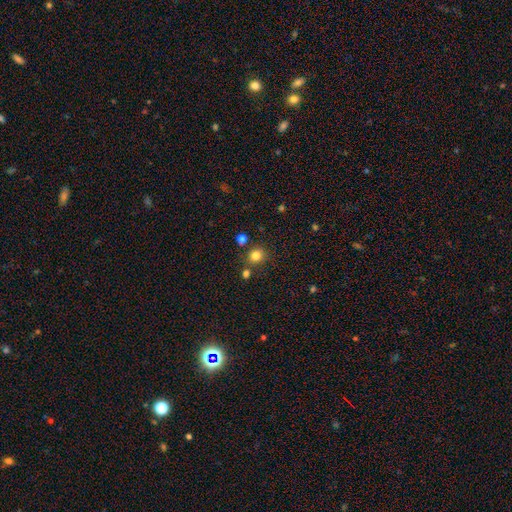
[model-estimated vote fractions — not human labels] A smooth galaxy with no disk features (81%) that is round (84%). Merging: none (80%).